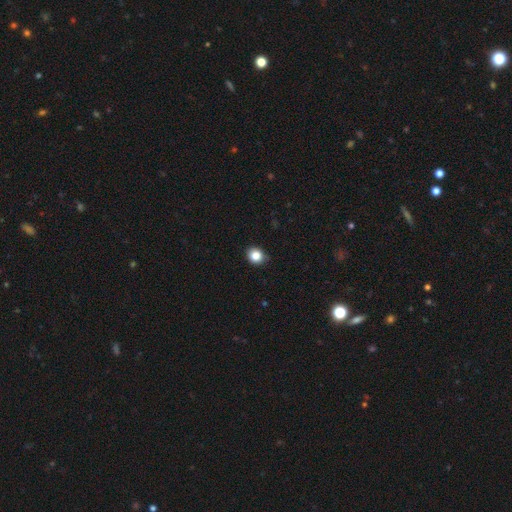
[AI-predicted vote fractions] A smooth galaxy with no disk features (85%) that is round (70%). Merging: none (83%).